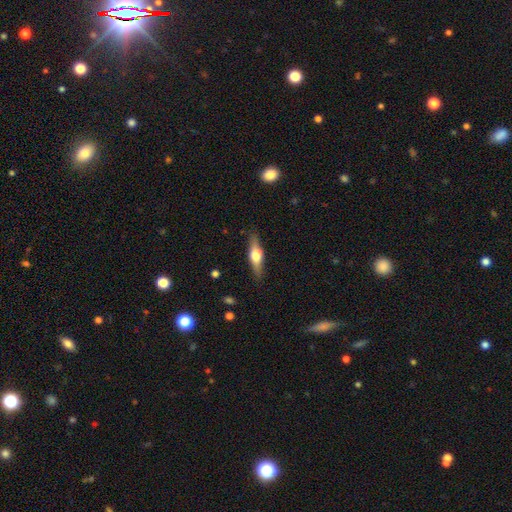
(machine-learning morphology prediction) Overall: featured or disk (57%; smooth 37%). Edge-on disk: yes (94%). Edge-on bulge: rounded (93%). Merging: none (86%).